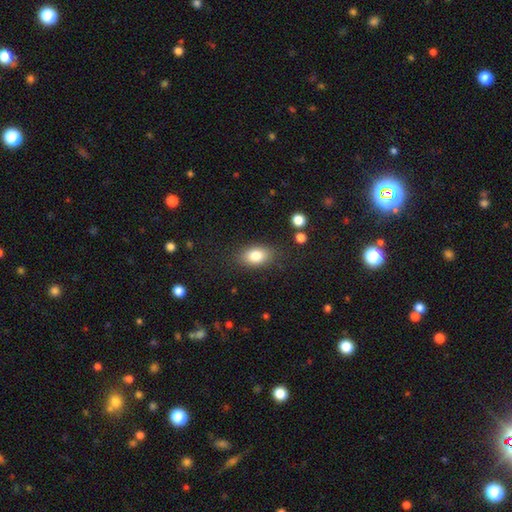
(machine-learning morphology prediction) type=smooth (82%); roundness=in between (85%); merging=none (82%).